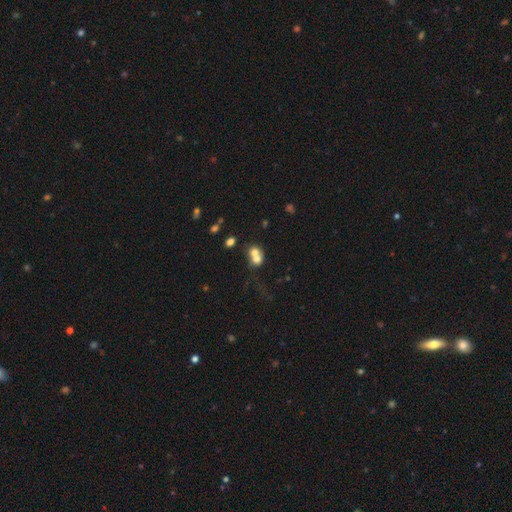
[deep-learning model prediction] This is likely a smooth galaxy (65%). How rounded: likely round (65%). Merging: likely merger (66%).